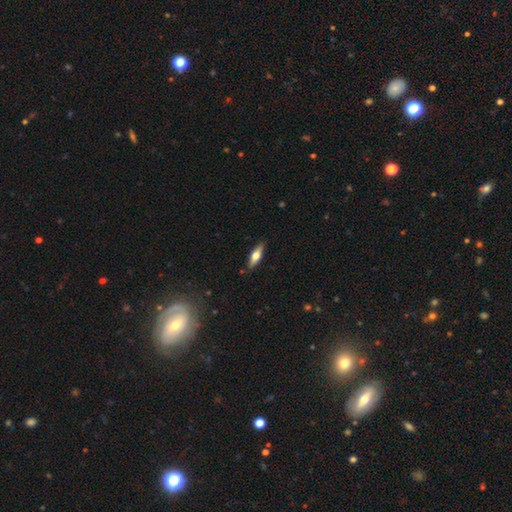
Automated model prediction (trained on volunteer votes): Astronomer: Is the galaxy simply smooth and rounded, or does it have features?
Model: smooth — 51% (runner-up: featured or disk, 43%).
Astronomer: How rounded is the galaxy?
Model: cigar-shaped — 50% (runner-up: in between, 47%).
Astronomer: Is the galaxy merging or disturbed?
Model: none — 87%.